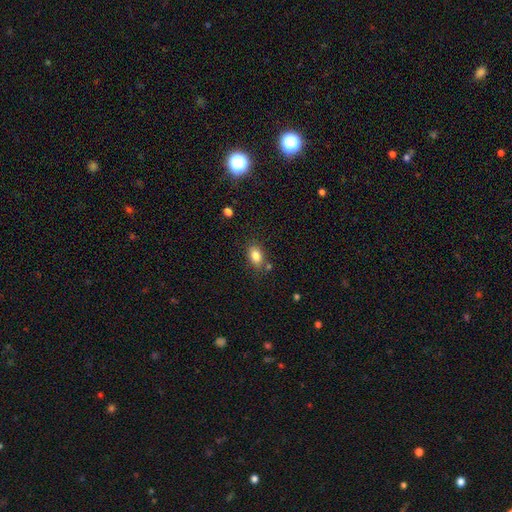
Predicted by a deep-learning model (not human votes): smooth 82%, star or artifact 9%, featured or disk 8%. Down the decision tree: how rounded — in between (82%); merging — none (75%).